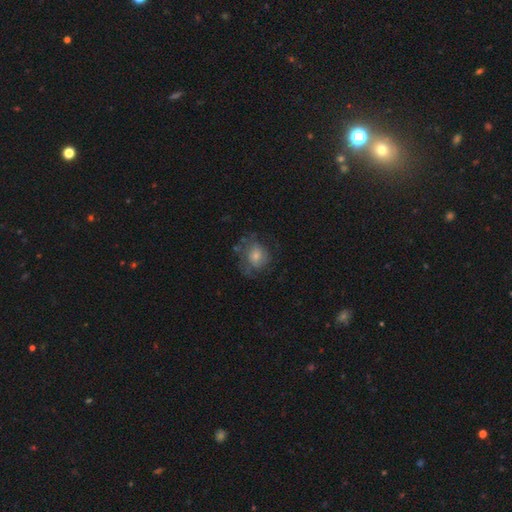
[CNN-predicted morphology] Smooth or featured?
  - smooth: 56% *
  - featured or disk: 35%
  - star or artifact: 9%
How rounded?
  - round: 67% *
  - in between: 32%
  - cigar-shaped: 1%
Merging?
  - none: 50% *
  - minor disturbance: 24%
  - major disturbance: 24%
  - merger: 2%